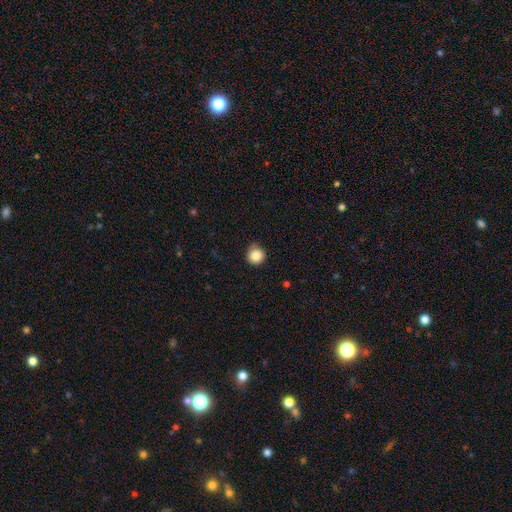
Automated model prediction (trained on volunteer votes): smooth-or-featured: smooth: 85% | star or artifact: 10% | featured or disk: 5%
  how-rounded: round: 93% | in between: 6% | cigar-shaped: 1%
  merging: none: 78% | minor disturbance: 18% | major disturbance: 3% | merger: 1%